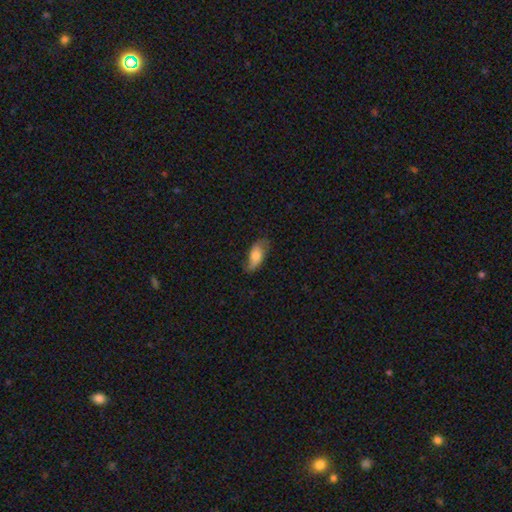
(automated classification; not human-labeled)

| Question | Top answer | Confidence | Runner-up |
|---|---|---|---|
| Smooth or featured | smooth | 62% | featured or disk (31%) |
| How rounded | in between | 87% | cigar-shaped (10%) |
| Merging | none | 66% | minor disturbance (25%) |